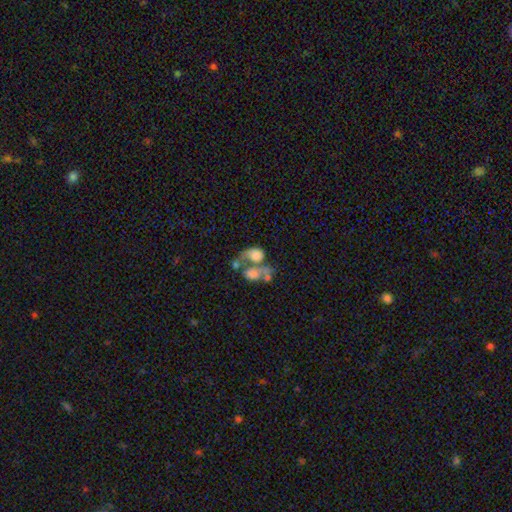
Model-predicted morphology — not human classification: A smooth galaxy with no disk features (53%) that is in between round and cigar-shaped (64%). Merging: merger (63%).